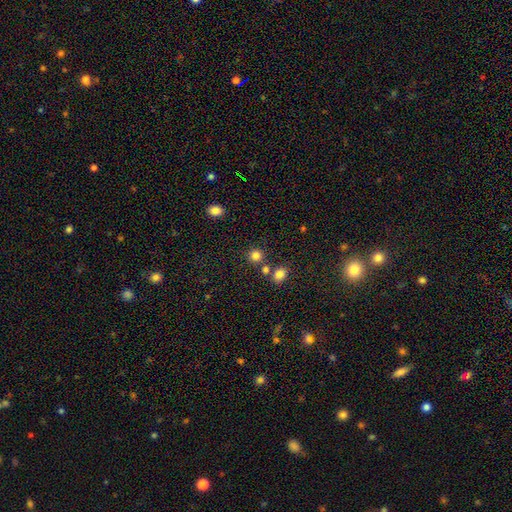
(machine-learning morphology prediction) This appears to be a smooth galaxy with no disk features (82%) that is round (88%). Merging: none (75%).